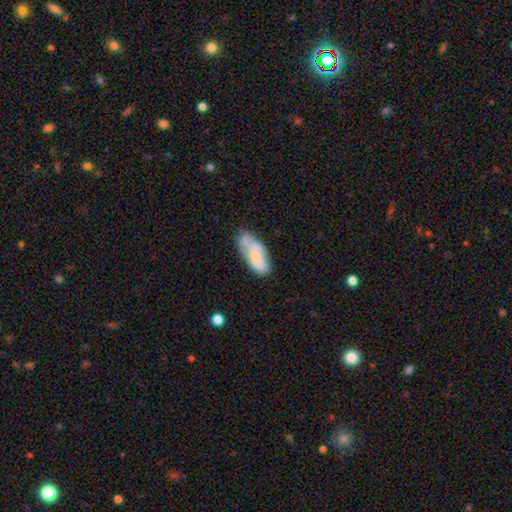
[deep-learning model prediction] Smooth or featured?
  - smooth: 60% *
  - featured or disk: 33%
  - star or artifact: 7%
How rounded?
  - in between: 83% *
  - cigar-shaped: 15%
  - round: 2%
Merging?
  - none: 43% *
  - minor disturbance: 29%
  - merger: 18%
  - major disturbance: 11%